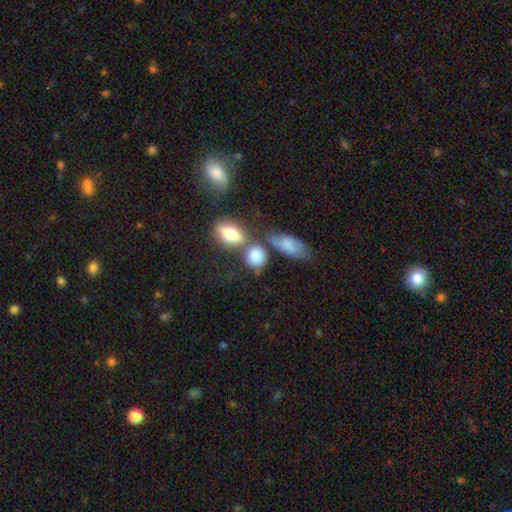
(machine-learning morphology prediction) Smooth or featured? Predicted: smooth (p=0.80). How rounded? Predicted: round (p=0.57). Merging? Predicted: none (p=0.48).